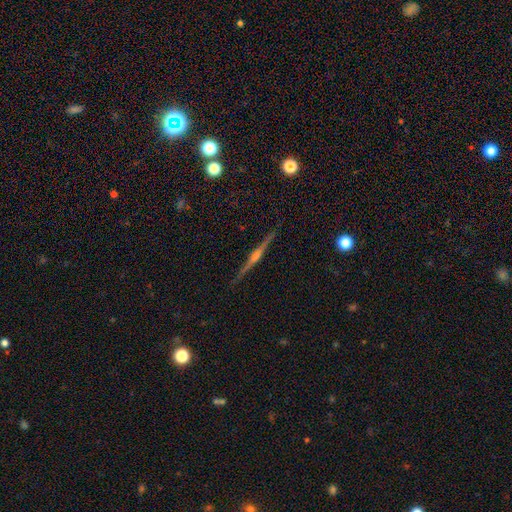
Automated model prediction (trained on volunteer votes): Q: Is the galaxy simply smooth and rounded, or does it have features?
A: featured or disk — 85%.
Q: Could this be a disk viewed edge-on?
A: yes — 98%.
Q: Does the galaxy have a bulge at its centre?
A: rounded — 88%.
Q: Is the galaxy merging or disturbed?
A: none — 91%.